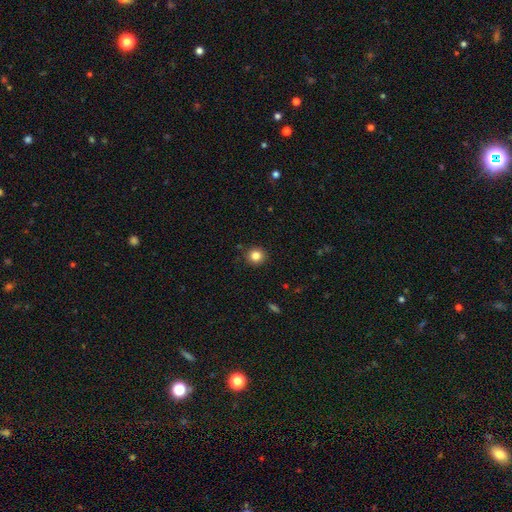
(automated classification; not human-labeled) Smooth or featured?
  - smooth: 83% *
  - star or artifact: 12%
  - featured or disk: 5%
How rounded?
  - round: 92% *
  - in between: 7%
  - cigar-shaped: 1%
Merging?
  - none: 91% *
  - minor disturbance: 6%
  - major disturbance: 2%
  - merger: 1%